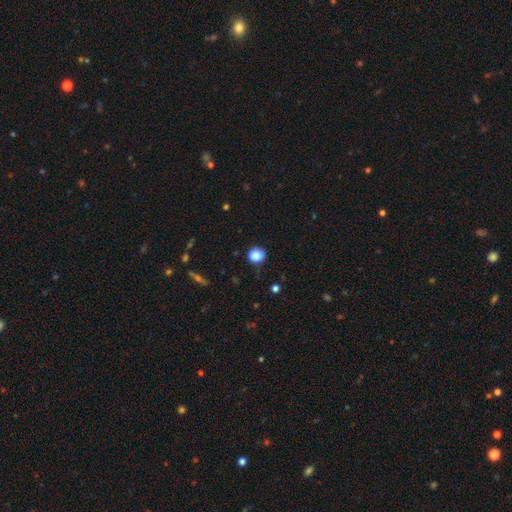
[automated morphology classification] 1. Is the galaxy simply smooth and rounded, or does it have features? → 86% smooth, 9% star or artifact, 4% featured or disk.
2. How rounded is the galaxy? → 87% round, 12% in between, 1% cigar-shaped.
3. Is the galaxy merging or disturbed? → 80% none, 16% minor disturbance, 3% major disturbance, 1% merger.